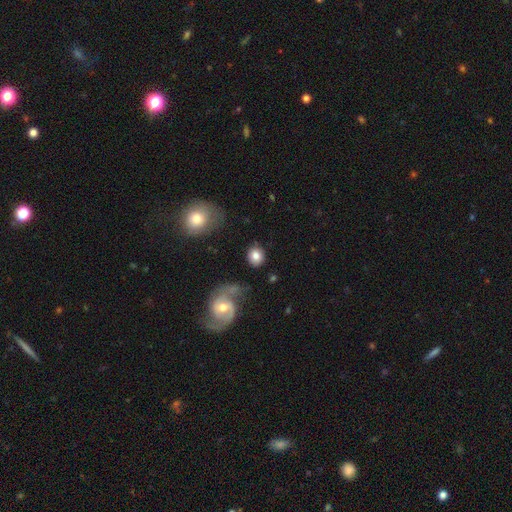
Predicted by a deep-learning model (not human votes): Overall: smooth (79%). How rounded: round (78%). Merging: none (80%).